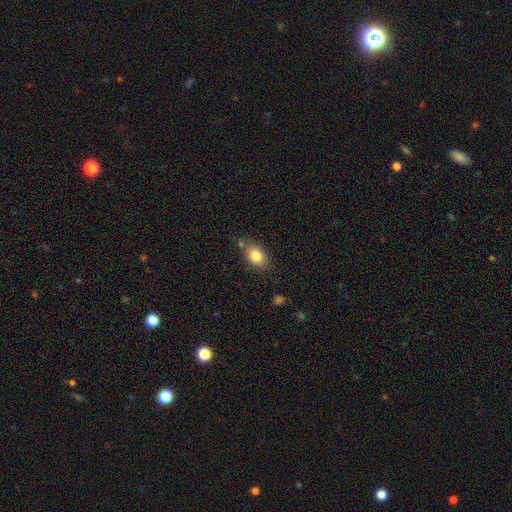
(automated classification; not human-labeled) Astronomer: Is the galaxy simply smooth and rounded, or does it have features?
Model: smooth — 82%.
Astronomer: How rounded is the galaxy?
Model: in between — 80%.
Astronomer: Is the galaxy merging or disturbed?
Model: none — 74%.